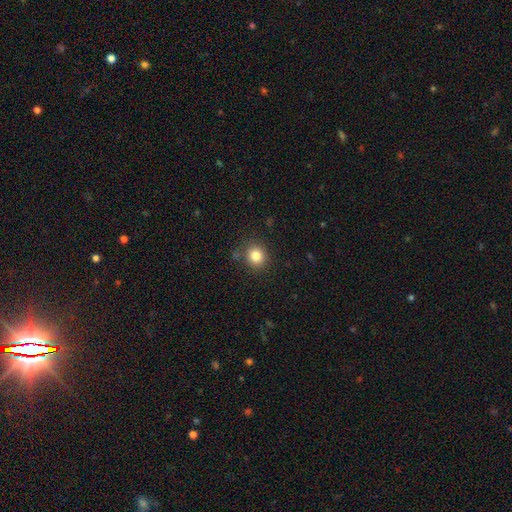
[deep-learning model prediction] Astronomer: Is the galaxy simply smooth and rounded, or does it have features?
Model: smooth — 83%.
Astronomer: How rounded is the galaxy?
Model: round — 87%.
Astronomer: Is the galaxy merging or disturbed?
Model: none — 85%.